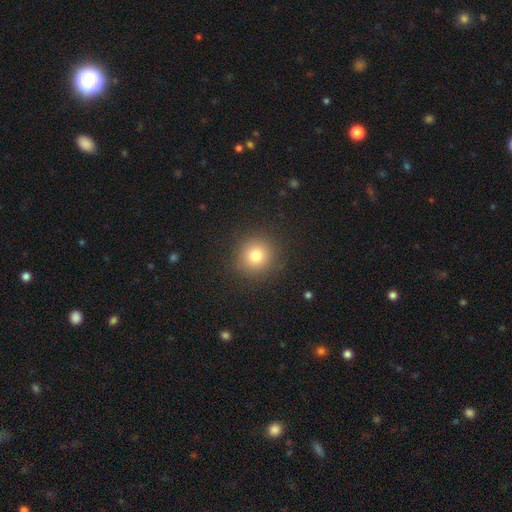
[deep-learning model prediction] smooth 78%, star or artifact 13%, featured or disk 9%. Down the decision tree: how rounded — round (92%); merging — none (89%).